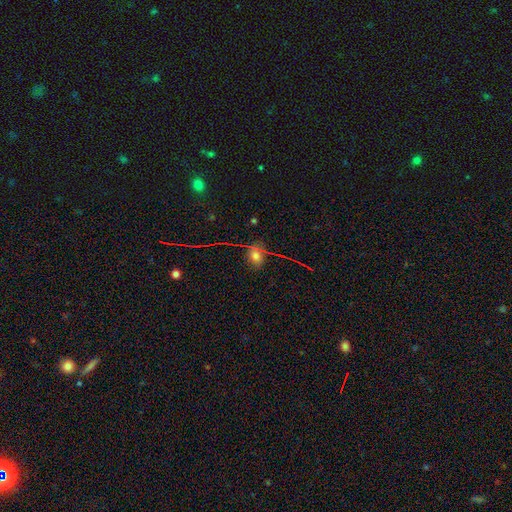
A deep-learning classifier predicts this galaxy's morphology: This appears to be a smooth galaxy with no disk features (61%) that is in between round and cigar-shaped (49%). Merging: none (74%).